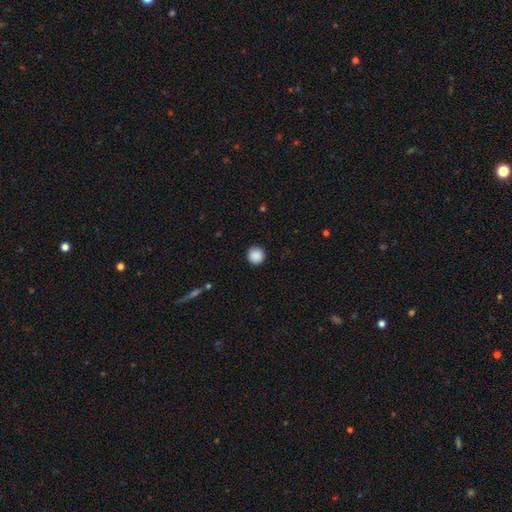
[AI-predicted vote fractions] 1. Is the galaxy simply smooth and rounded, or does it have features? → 89% smooth, 8% star or artifact, 3% featured or disk.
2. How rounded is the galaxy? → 95% round, 4% in between, 1% cigar-shaped.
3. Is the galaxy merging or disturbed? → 91% none, 6% minor disturbance, 2% major disturbance, 1% merger.